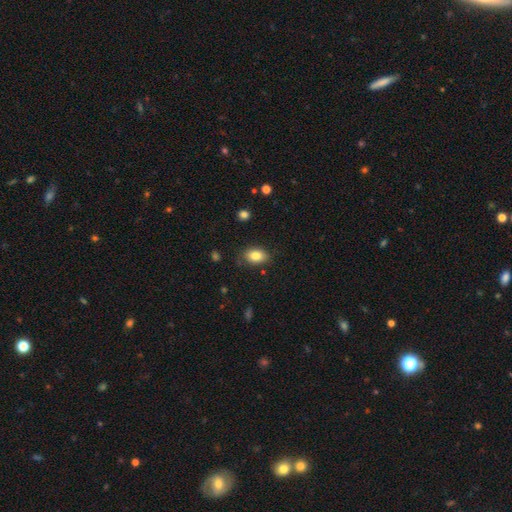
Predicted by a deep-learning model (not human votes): smooth-or-featured: smooth: 83% | star or artifact: 9% | featured or disk: 8%
  how-rounded: in between: 84% | round: 15% | cigar-shaped: 1%
  merging: none: 82% | minor disturbance: 14% | major disturbance: 3% | merger: 1%